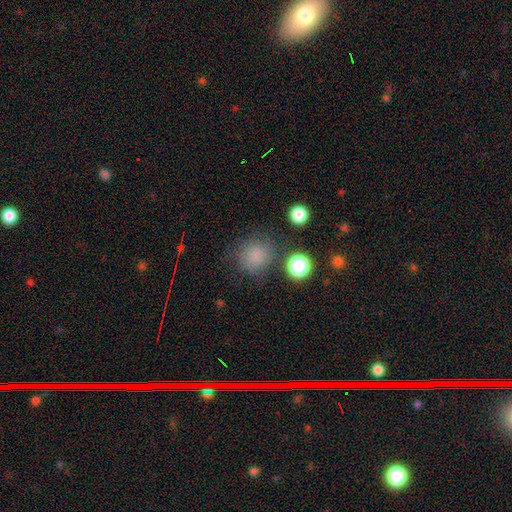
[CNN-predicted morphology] A smooth galaxy with no disk features (80%) that is round (85%).

Vote fractions:
- Smooth or featured? smooth: 80% / star or artifact: 14% / featured or disk: 6%
- How rounded? round: 85% / in between: 14% / cigar-shaped: 1%
- Merging? none: 74% / minor disturbance: 15% / major disturbance: 7% / merger: 4%